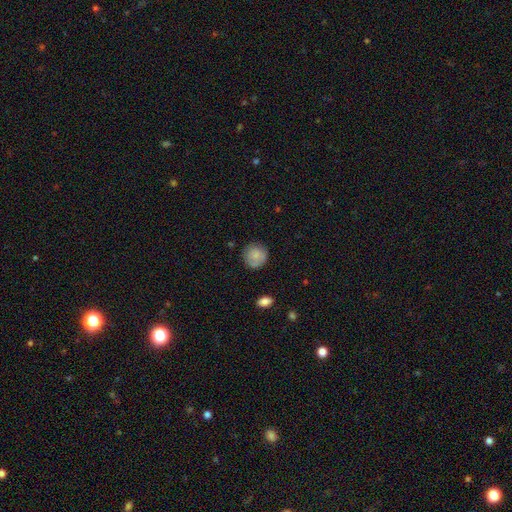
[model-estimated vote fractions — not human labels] smooth_or_featured: smooth (p=0.80) [alt: featured or disk p=0.12]
how_rounded: round (p=0.91) [alt: in between p=0.08]
merging: none (p=0.80) [alt: minor disturbance p=0.15]